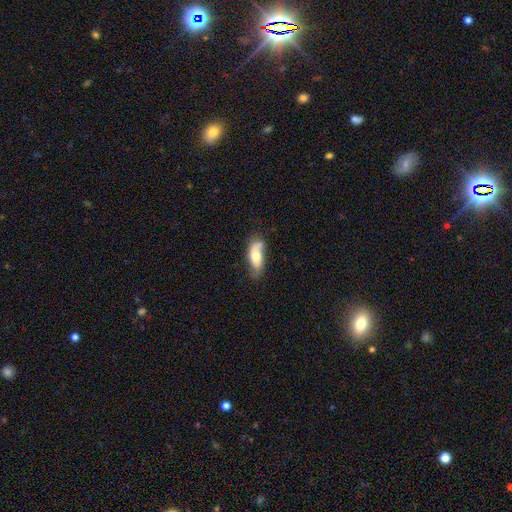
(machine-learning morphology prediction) Overall: smooth (61%; featured or disk 32%). How rounded: in between (79%). Merging: none (57%; minor disturbance 30%).